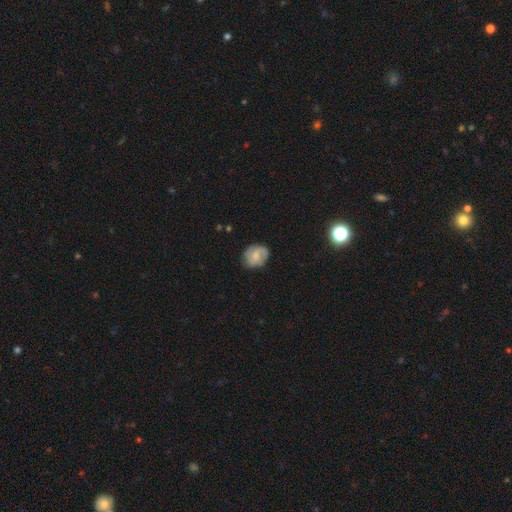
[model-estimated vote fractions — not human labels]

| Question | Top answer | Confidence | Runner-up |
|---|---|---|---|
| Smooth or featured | featured or disk | 49% | smooth (44%) |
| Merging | none | 76% | minor disturbance (18%) |